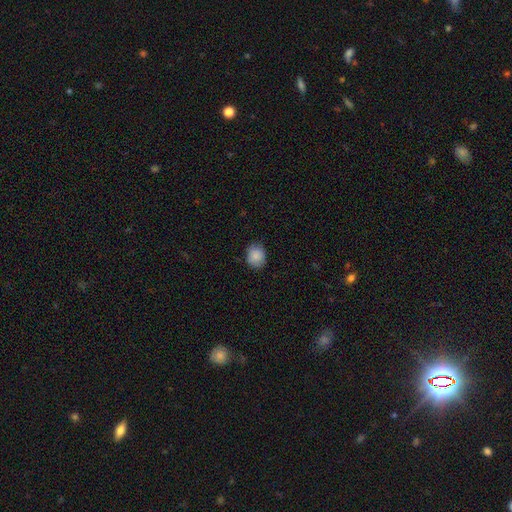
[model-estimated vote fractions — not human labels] smooth-or-featured: smooth: 88% | star or artifact: 8% | featured or disk: 4%
  how-rounded: round: 63% | in between: 36% | cigar-shaped: 1%
  merging: none: 82% | minor disturbance: 14% | major disturbance: 3% | merger: 1%